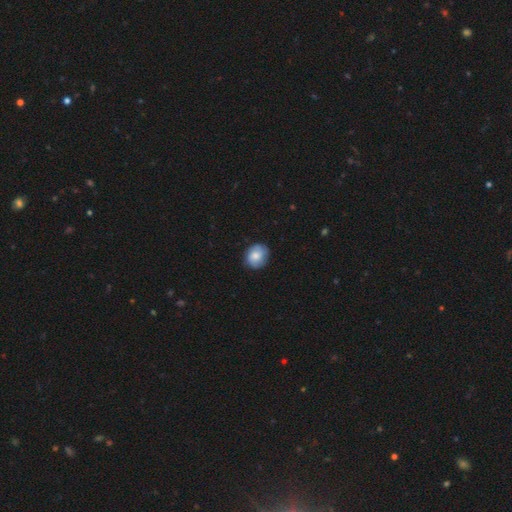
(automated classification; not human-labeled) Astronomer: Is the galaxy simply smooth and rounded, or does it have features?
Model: smooth — 72%.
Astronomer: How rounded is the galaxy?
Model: round — 66%.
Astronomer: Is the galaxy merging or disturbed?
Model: none — 80%.